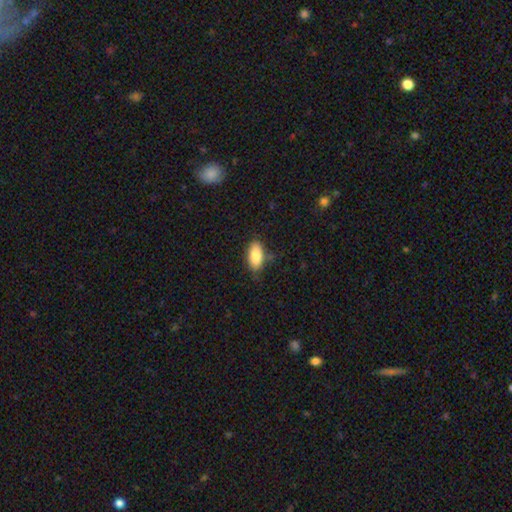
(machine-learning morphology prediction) smooth_or_featured: smooth (p=0.83) [alt: featured or disk p=0.10]
how_rounded: in between (p=0.90) [alt: cigar-shaped p=0.07]
merging: none (p=0.76) [alt: minor disturbance p=0.18]